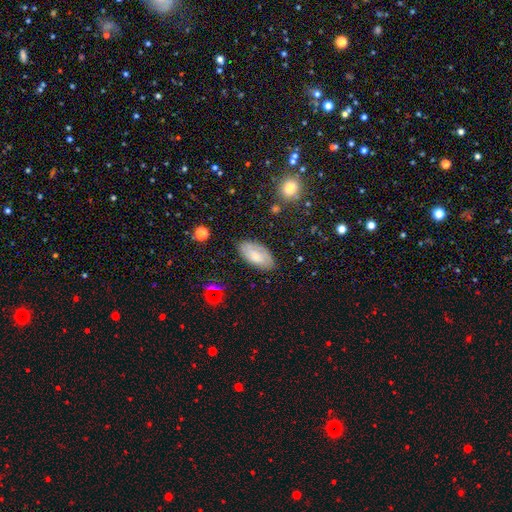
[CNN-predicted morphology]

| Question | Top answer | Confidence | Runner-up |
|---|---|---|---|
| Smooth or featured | smooth | 53% | featured or disk (38%) |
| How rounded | in between | 93% | cigar-shaped (4%) |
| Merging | none | 79% | minor disturbance (16%) |